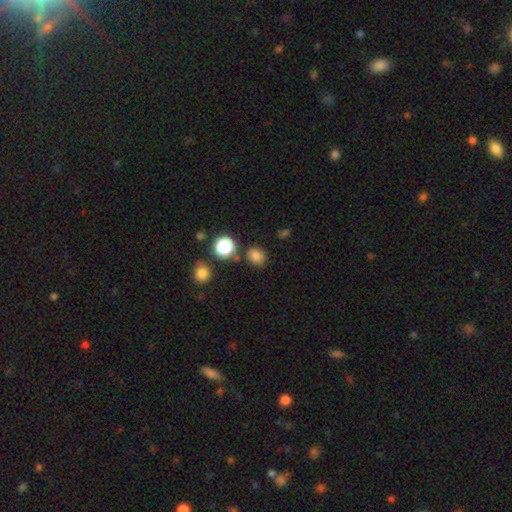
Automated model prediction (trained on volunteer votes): Smooth or featured? Predicted: smooth (p=0.81). How rounded? Predicted: round (p=0.70). Merging? Predicted: none (p=0.80).